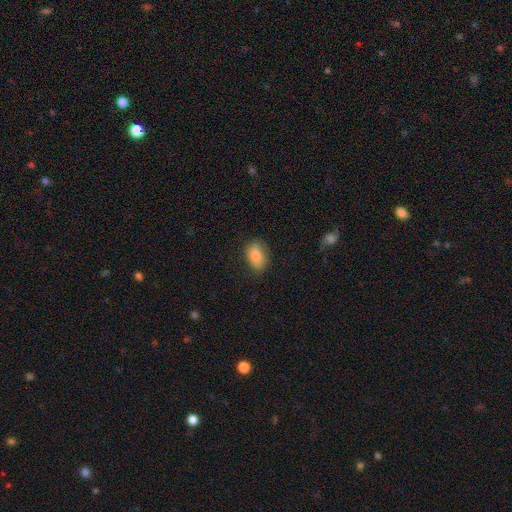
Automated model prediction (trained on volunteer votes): A smooth galaxy with no disk features (84%) that is in between round and cigar-shaped (86%). Merging: none (79%).